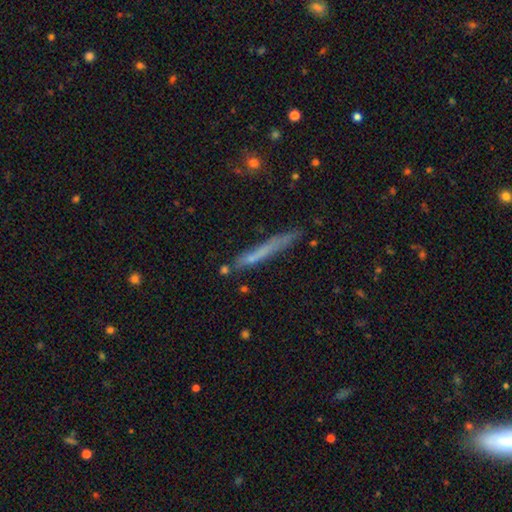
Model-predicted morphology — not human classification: Overall: smooth (54%; featured or disk 36%). How rounded: cigar-shaped (96%). Merging: none (77%).